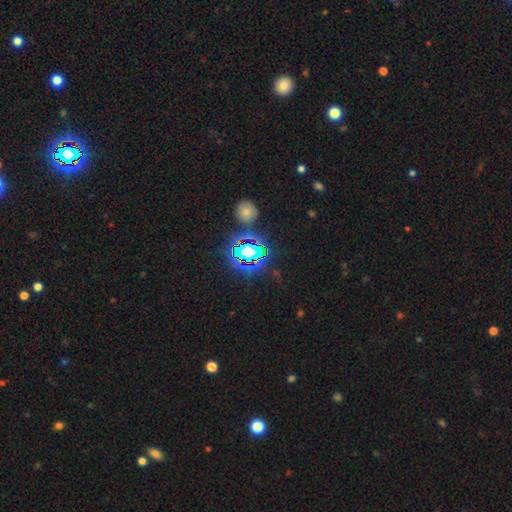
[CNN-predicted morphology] smooth_or_featured: star or artifact (p=0.76) [alt: smooth p=0.14]